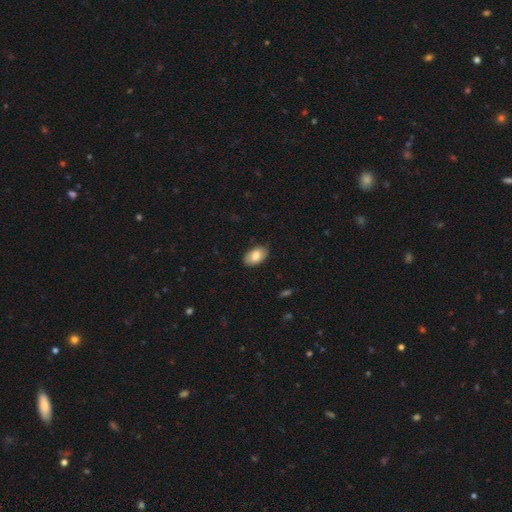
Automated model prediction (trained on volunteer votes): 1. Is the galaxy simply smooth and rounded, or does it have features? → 81% smooth, 13% featured or disk, 6% star or artifact.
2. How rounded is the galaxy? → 93% in between, 5% round, 1% cigar-shaped.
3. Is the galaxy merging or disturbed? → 83% none, 14% minor disturbance, 2% major disturbance, 1% merger.